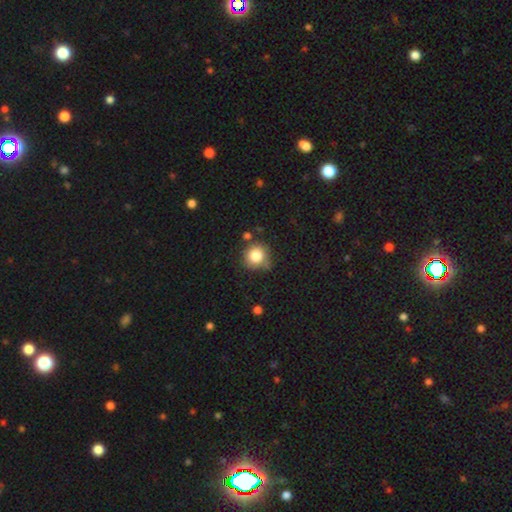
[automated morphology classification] type=smooth (82%); roundness=round (91%); merging=none (72%).